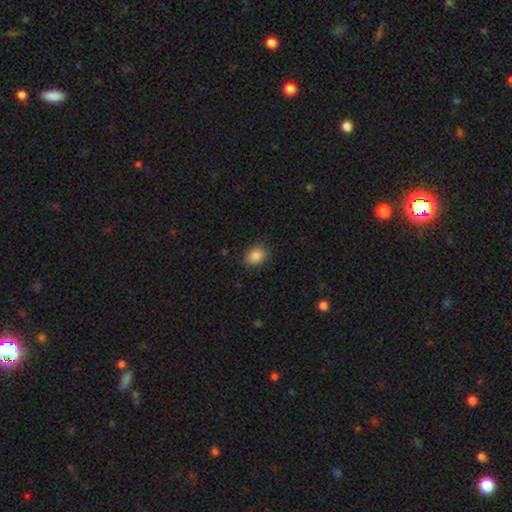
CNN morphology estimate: smooth 87%, star or artifact 9%, featured or disk 4%. Down the decision tree: how rounded — in between (60%); merging — none (86%).